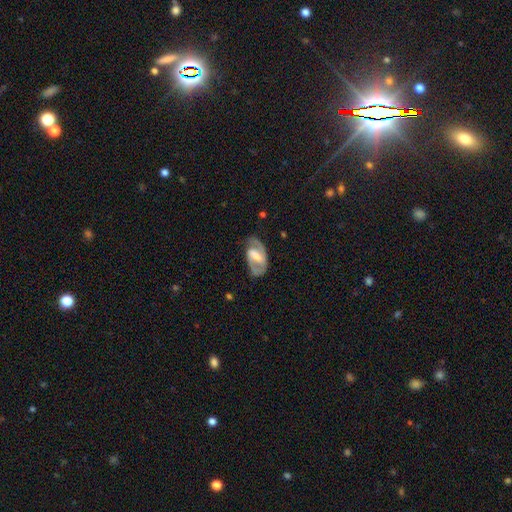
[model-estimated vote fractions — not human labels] A featured or disk galaxy (82%) with a strong bar (48%), 2 (85%) medium (50%) spiral arms (90%) and a moderate central bulge (39%).

Vote fractions:
- Smooth or featured? featured or disk: 82% / smooth: 14% / star or artifact: 5%
- Edge-on disk? no: 96% / yes: 4%
- Bar? strong: 48% / weak: 38% / no: 14%
- Spiral arms? yes: 90% / no: 10%
- Spiral winding? medium: 50% / tight: 35% / loose: 15%
- Spiral arm count? 2: 85% / 1: 6% / can't tell: 6% / 3: 1% / 4: 1% / more than 4: 1%
- Bulge size? moderate: 39% / small: 32% / large: 14% / none: 13% / dominant: 2%
- Merging? none: 74% / minor disturbance: 17% / major disturbance: 7% / merger: 2%